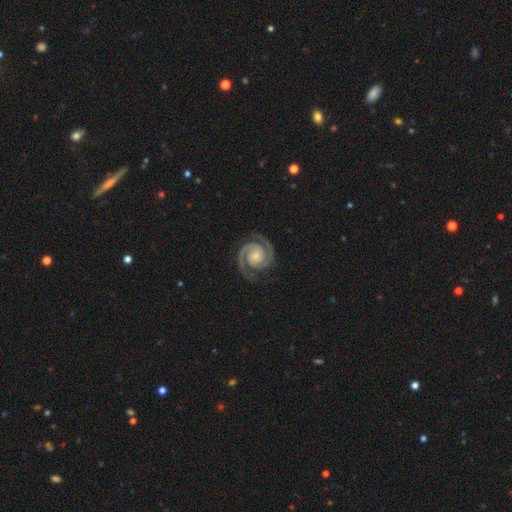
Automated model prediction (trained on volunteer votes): smooth-or-featured: featured or disk: 93% | star or artifact: 4% | smooth: 3%
  disk-edge-on: no: 98% | yes: 2%
    bar: no: 60% | weak: 30% | strong: 11%
    has-spiral-arms: yes: 99% | no: 1%
      spiral-winding: tight: 64% | medium: 32% | loose: 4%
      spiral-arm-count: 2: 93% | 3: 2% | can't tell: 1% | 1: 1% | 4: 1% | more than 4: 1%
    bulge-size: small: 44% | moderate: 36% | none: 13% | large: 6% | dominant: 2%
  merging: none: 83% | minor disturbance: 12% | major disturbance: 4% | merger: 1%